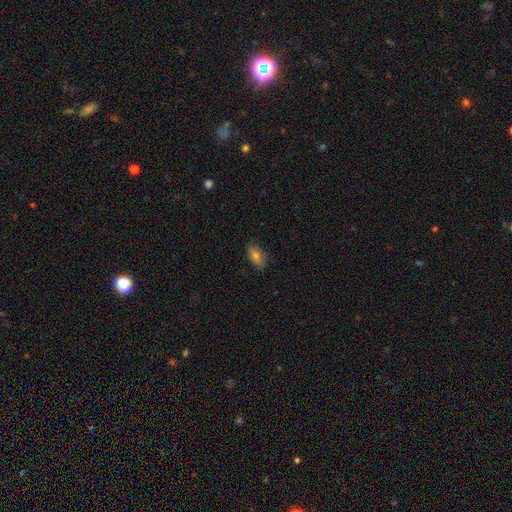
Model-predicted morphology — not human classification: Smooth or featured? smooth (74%)
How rounded? in between (85%)
Merging? none (84%)